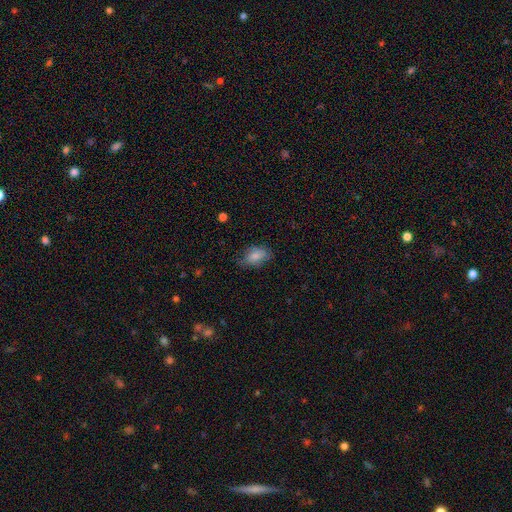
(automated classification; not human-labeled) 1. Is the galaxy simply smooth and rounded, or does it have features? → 81% smooth, 12% featured or disk, 8% star or artifact.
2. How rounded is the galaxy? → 88% in between, 9% round, 2% cigar-shaped.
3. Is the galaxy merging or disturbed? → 67% none, 25% minor disturbance, 7% major disturbance, 1% merger.